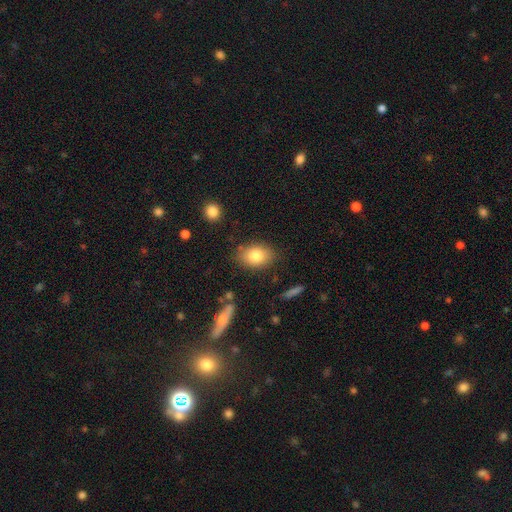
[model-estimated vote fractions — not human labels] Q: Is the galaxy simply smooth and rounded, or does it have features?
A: smooth — 80%.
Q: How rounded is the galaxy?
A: in between — 77%.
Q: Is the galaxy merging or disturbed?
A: none — 80%.